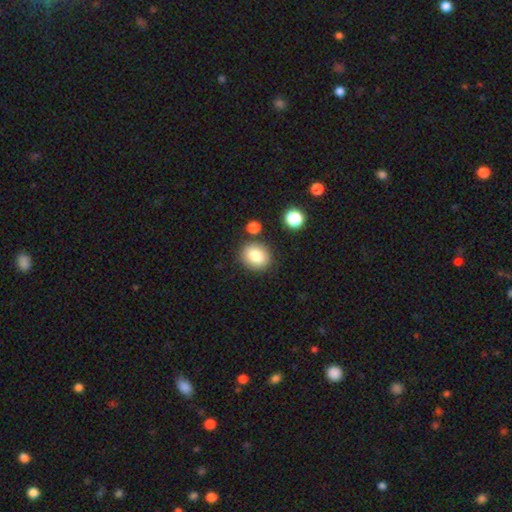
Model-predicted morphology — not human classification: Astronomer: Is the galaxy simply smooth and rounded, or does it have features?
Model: smooth — 82%.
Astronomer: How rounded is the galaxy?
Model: round — 66%.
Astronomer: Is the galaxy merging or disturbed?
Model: none — 82%.